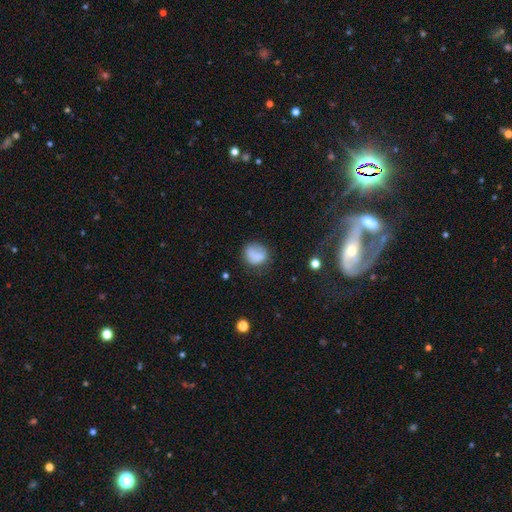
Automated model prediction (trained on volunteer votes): Smooth or featured?
  - smooth: 78% *
  - featured or disk: 13%
  - star or artifact: 10%
How rounded?
  - round: 66% *
  - in between: 33%
  - cigar-shaped: 1%
Merging?
  - none: 58% *
  - minor disturbance: 26%
  - major disturbance: 13%
  - merger: 4%